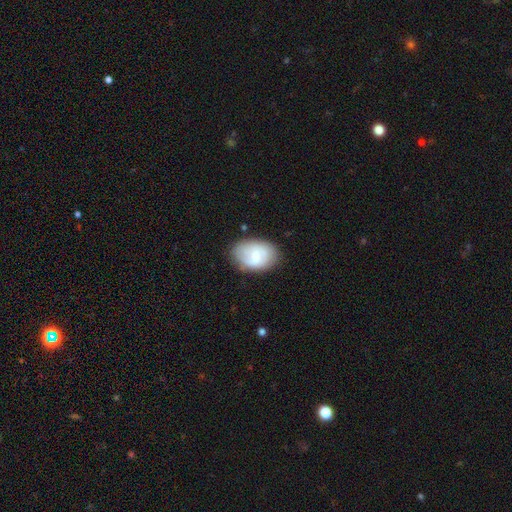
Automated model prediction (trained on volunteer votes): A smooth galaxy with no disk features (54%) that is in between round and cigar-shaped (80%).

Vote fractions:
- Smooth or featured? smooth: 54% / featured or disk: 39% / star or artifact: 7%
- How rounded? in between: 80% / round: 19% / cigar-shaped: 1%
- Merging? none: 74% / minor disturbance: 19% / major disturbance: 5% / merger: 2%